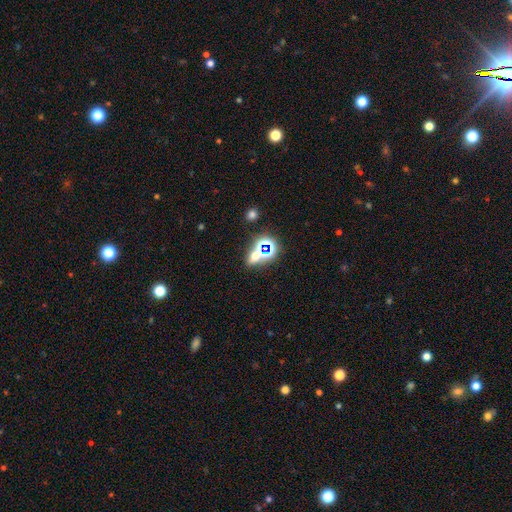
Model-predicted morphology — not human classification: Smooth or featured?
  - smooth: 44% *
  - star or artifact: 43%
  - featured or disk: 13%
Merging?
  - none: 58% *
  - merger: 27%
  - minor disturbance: 10%
  - major disturbance: 6%